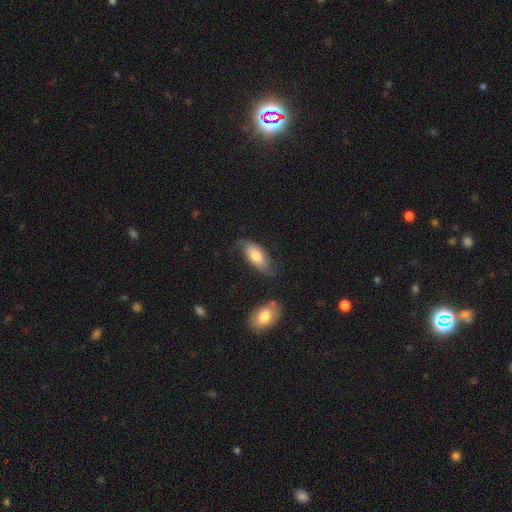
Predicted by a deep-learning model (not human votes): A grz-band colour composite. It shows a smooth galaxy with no disk features (65%) that is in between round and cigar-shaped (87%). Merging: none (58%).